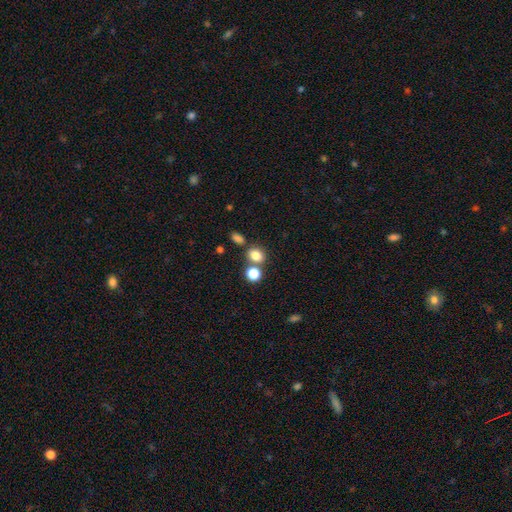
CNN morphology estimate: Q: Smooth or featured?
A: smooth (80%); runner-up: star or artifact (14%)
Q: How rounded?
A: round (59%); runner-up: in between (39%)
Q: Merging?
A: none (63%); runner-up: merger (23%)